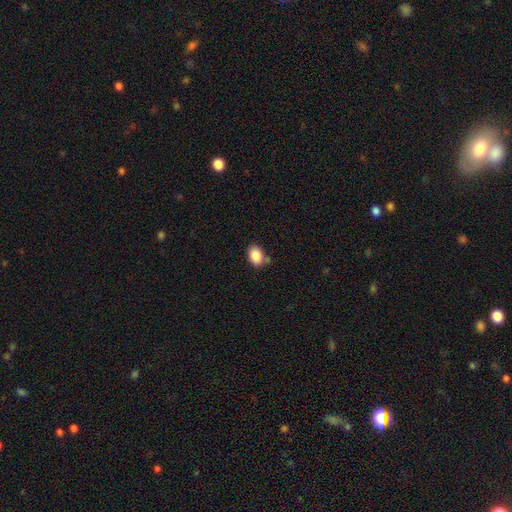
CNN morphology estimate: type=smooth (87%); roundness=in between (76%); merging=none (70%).